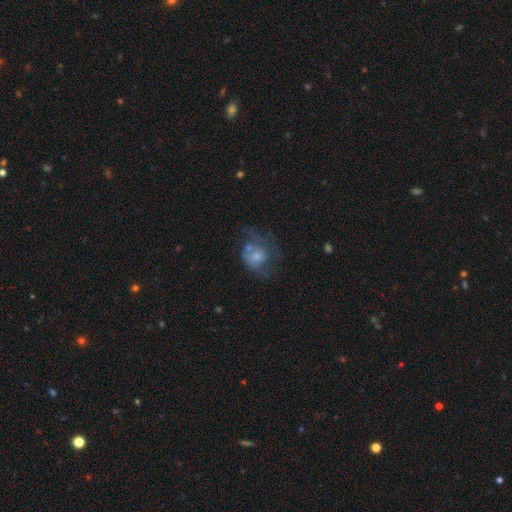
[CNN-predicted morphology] Smooth or featured: featured or disk — 50% (smooth — 39%)
Edge-on disk: no — 98% (yes — 2%)
Merging: major disturbance — 38% (none — 31%)